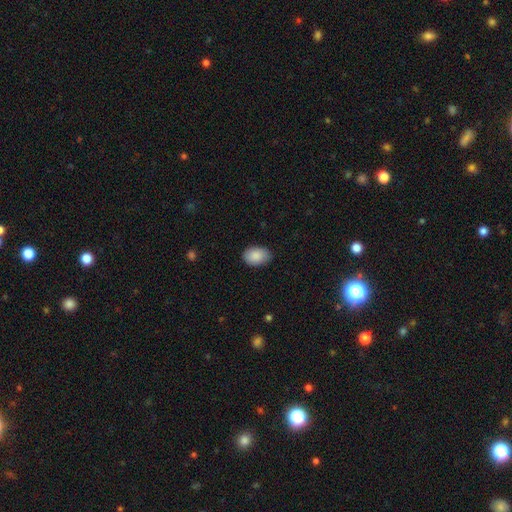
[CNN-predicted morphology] smooth_or_featured: smooth (p=0.89) [alt: star or artifact p=0.06]
how_rounded: in between (p=0.84) [alt: round p=0.15]
merging: none (p=0.82) [alt: minor disturbance p=0.14]